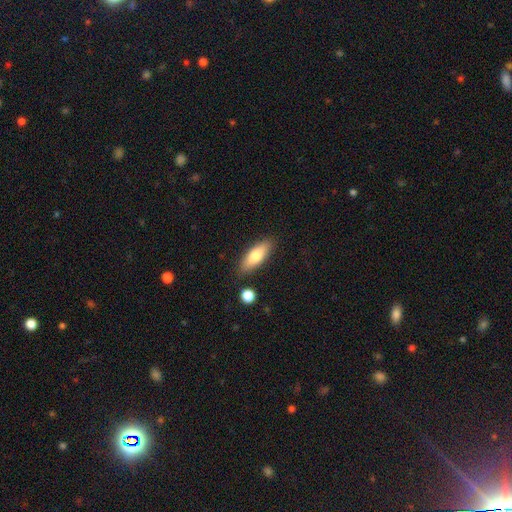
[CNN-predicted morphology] This appears to be a smooth galaxy with no disk features (73%) that is in between round and cigar-shaped (64%). Merging: none (84%).